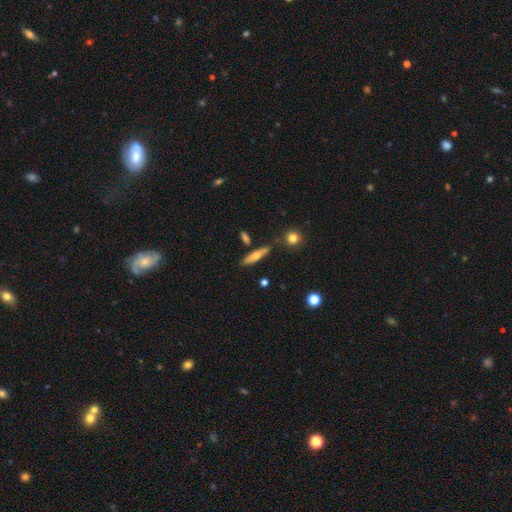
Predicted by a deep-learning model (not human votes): smooth 60%, featured or disk 32%, star or artifact 7%. Down the decision tree: how rounded — cigar-shaped (72%); merging — none (77%).